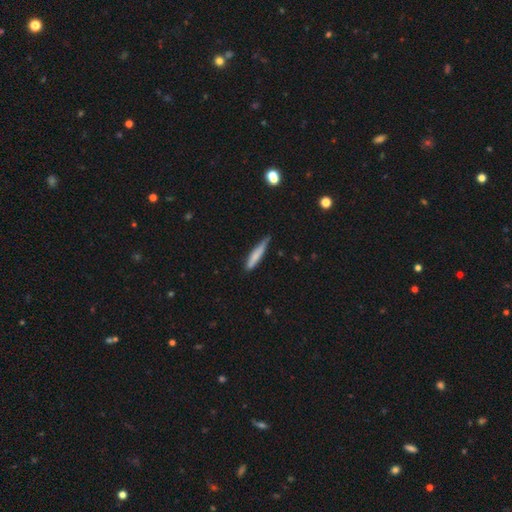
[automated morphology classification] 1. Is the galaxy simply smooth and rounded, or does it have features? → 75% smooth, 19% featured or disk, 6% star or artifact.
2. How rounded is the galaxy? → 90% cigar-shaped, 9% in between, 1% round.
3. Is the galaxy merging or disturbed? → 60% none, 33% minor disturbance, 5% major disturbance, 2% merger.